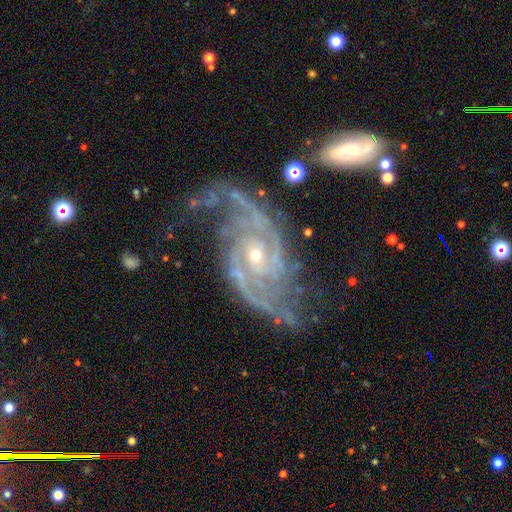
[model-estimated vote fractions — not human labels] Smooth or featured? featured or disk (92%)
Edge-on disk? no (97%)
Bar? no (52%)
Spiral arms? yes (98%)
Spiral winding? medium (50%)
Spiral arm count? 2 (64%)
Bulge size? small (66%)
Merging? none (59%)